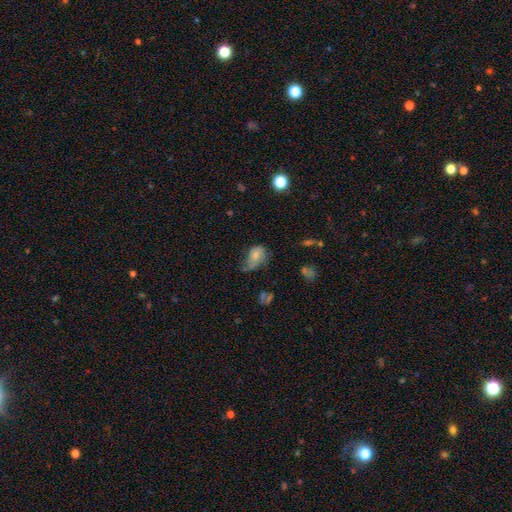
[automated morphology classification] smooth_or_featured: smooth (p=0.67) [alt: featured or disk p=0.23]
how_rounded: in between (p=0.75) [alt: round p=0.23]
merging: minor disturbance (p=0.39) [alt: major disturbance p=0.29]